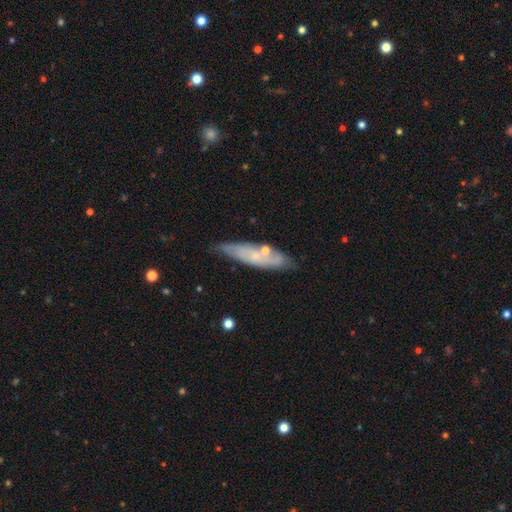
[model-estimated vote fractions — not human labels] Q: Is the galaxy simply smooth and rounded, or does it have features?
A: featured or disk — 51%.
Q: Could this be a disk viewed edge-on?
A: no — 62%.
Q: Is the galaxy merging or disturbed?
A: none — 68%.